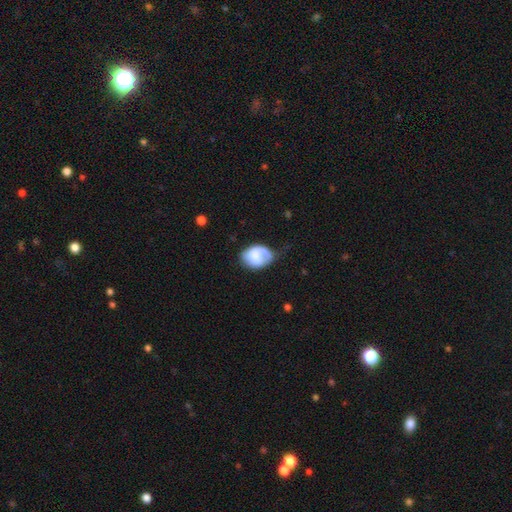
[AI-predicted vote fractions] A smooth galaxy with no disk features (53%) that is in between round and cigar-shaped (67%).

Vote fractions:
- Smooth or featured? smooth: 53% / featured or disk: 40% / star or artifact: 7%
- How rounded? in between: 67% / round: 32% / cigar-shaped: 1%
- Merging? none: 42% / minor disturbance: 34% / major disturbance: 21% / merger: 3%